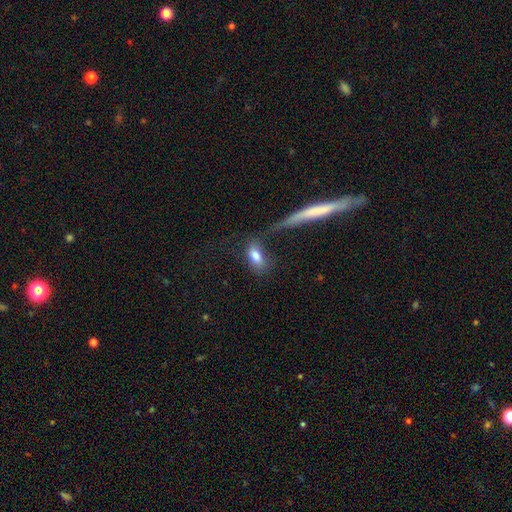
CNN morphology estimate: This appears to be a smooth galaxy with no disk features (79%) that is in between round and cigar-shaped (83%). Merging: none (55%).